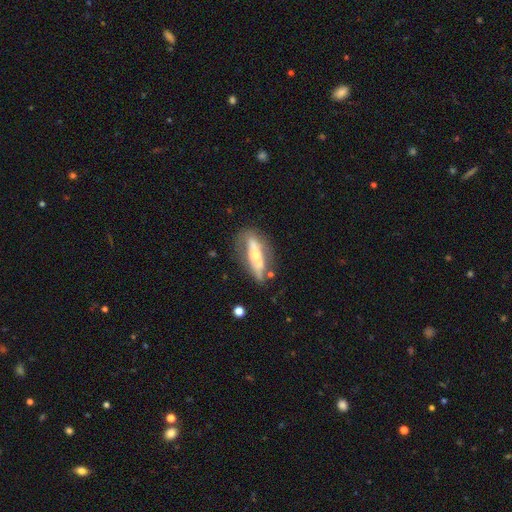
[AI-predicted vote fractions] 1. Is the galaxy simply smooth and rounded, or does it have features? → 61% featured or disk, 33% smooth, 6% star or artifact.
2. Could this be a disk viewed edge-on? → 57% yes, 43% no.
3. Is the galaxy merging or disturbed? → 61% none, 23% minor disturbance, 11% major disturbance, 5% merger.